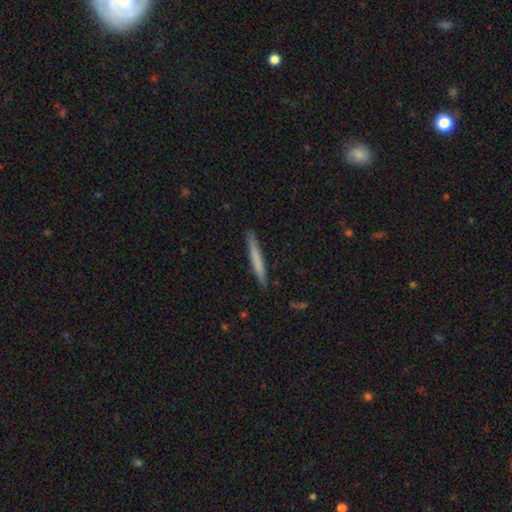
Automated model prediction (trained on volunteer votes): Smooth or featured? smooth (62%)
How rounded? cigar-shaped (97%)
Merging? none (91%)